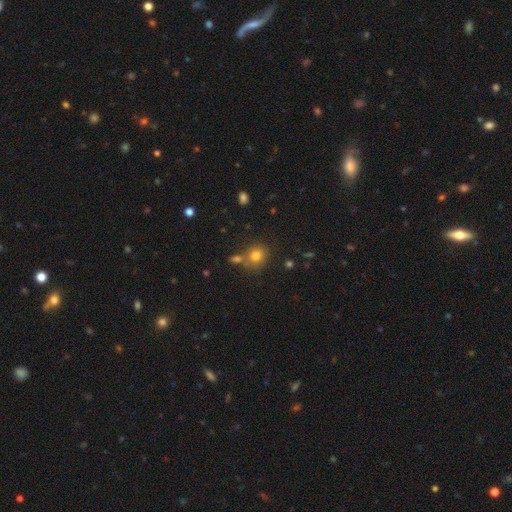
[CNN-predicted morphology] Smooth or featured? Predicted: smooth (p=0.78). How rounded? Predicted: round (p=0.76). Merging? Predicted: none (p=0.67).